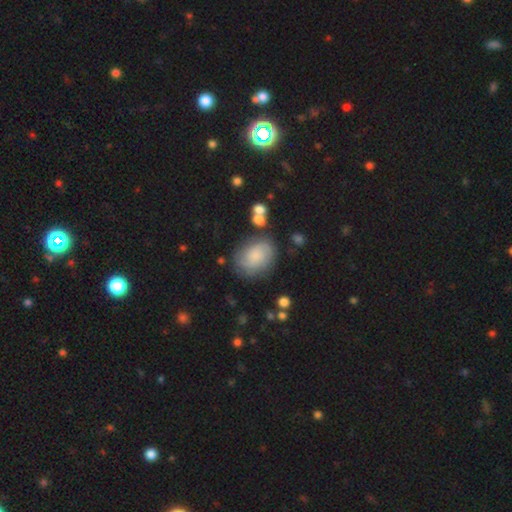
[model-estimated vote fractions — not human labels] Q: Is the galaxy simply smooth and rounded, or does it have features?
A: smooth — 52%.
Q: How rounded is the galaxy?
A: in between — 61%.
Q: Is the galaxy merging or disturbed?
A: none — 68%.